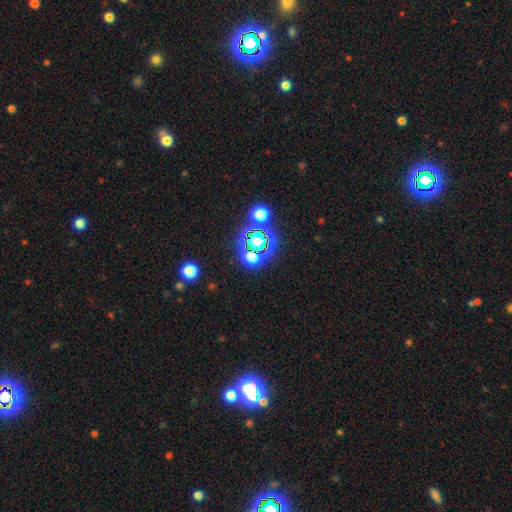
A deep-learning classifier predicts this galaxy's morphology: Overall: star or artifact (77%).